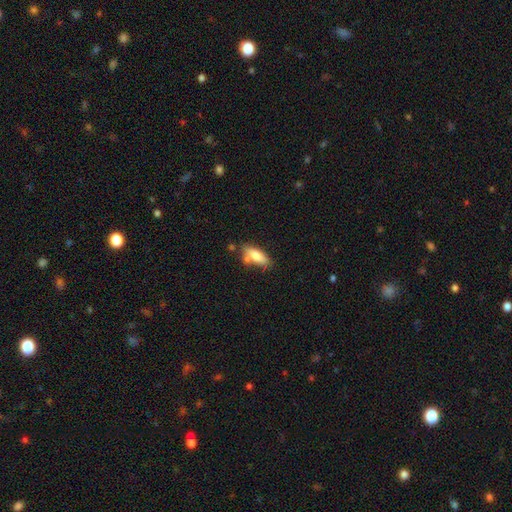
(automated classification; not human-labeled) Smooth or featured: smooth — 76% (featured or disk — 17%)
How rounded: in between — 75% (cigar-shaped — 23%)
Merging: none — 63% (minor disturbance — 18%)